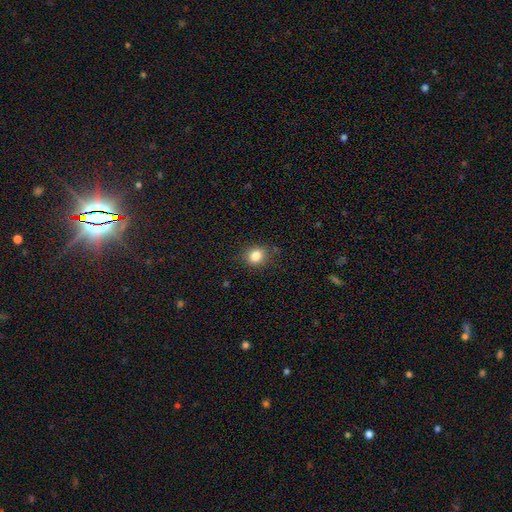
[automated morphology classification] smooth_or_featured: smooth (p=0.84) [alt: star or artifact p=0.11]
how_rounded: round (p=0.62) [alt: in between p=0.37]
merging: none (p=0.81) [alt: minor disturbance p=0.14]